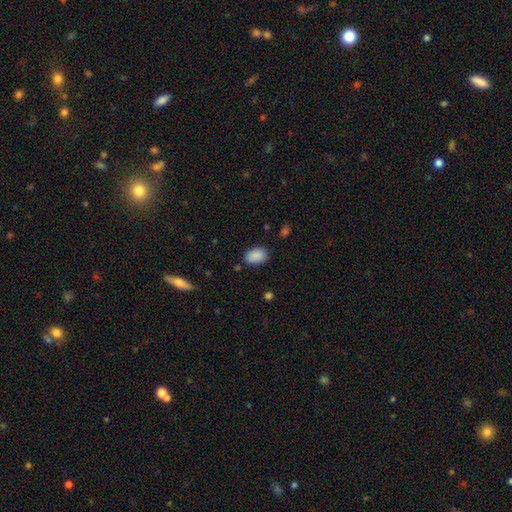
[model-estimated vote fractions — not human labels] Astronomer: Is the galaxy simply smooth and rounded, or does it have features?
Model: smooth — 89%.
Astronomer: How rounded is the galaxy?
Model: in between — 85%.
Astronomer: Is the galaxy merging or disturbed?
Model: none — 79%.